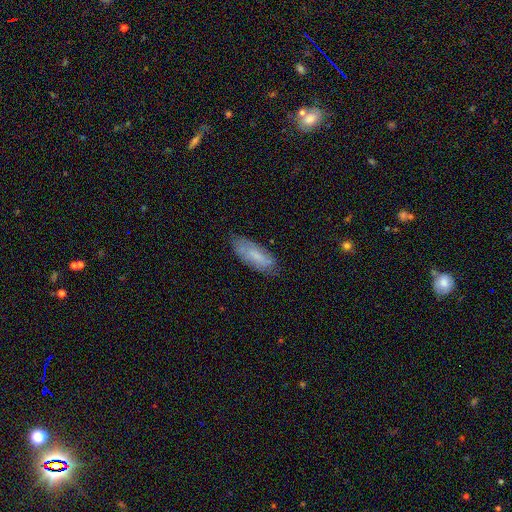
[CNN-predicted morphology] A smooth galaxy with no disk features (63%) that is in between round and cigar-shaped (69%). Merging: none (73%).